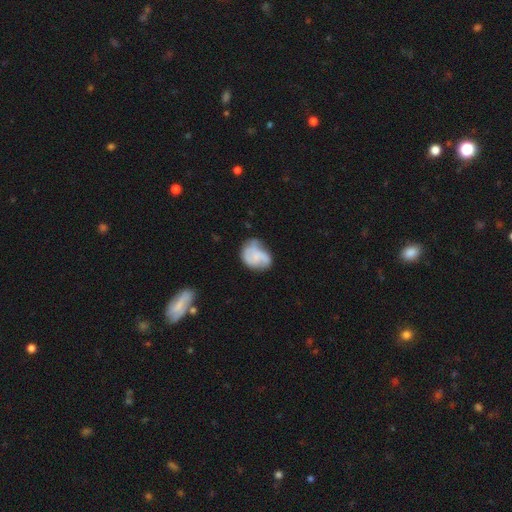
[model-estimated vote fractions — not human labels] A featured or disk galaxy (47%). Merging: none (41%).